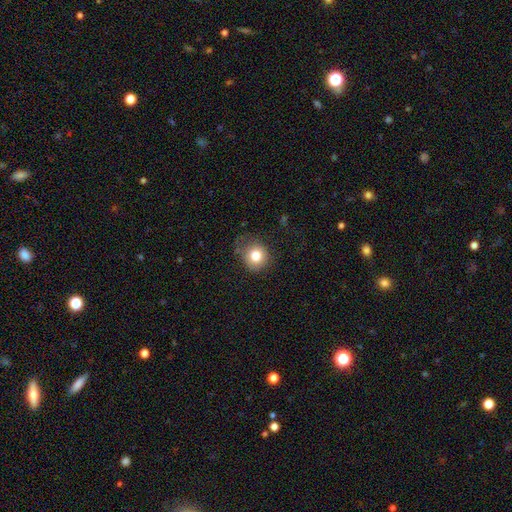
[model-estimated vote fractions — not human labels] Overall: smooth (80%). How rounded: round (85%). Merging: none (71%).